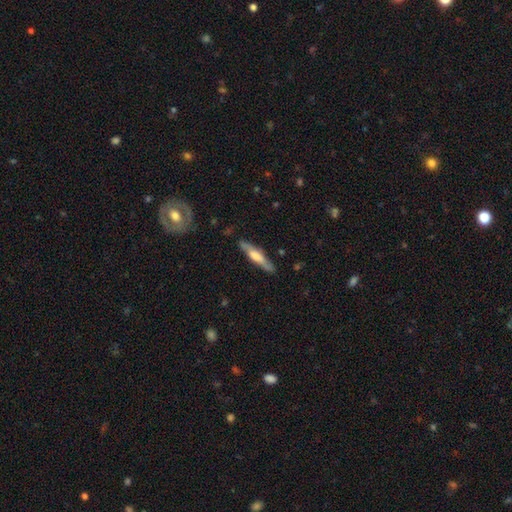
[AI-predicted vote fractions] The model was most divided on "smooth or featured": featured or disk: 57%, smooth: 38%, star or artifact: 5%. More confident: edge-on disk — yes (86%); merging — none (84%).